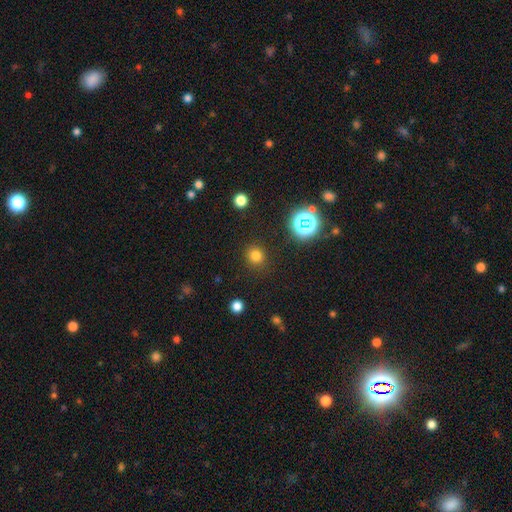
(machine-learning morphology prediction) A smooth galaxy with no disk features (75%) that is round (89%). Merging: none (88%).